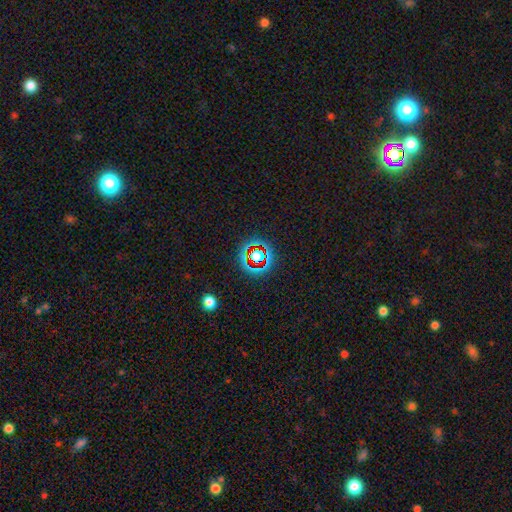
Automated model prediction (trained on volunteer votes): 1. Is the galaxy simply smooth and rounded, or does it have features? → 70% star or artifact, 19% smooth, 11% featured or disk.